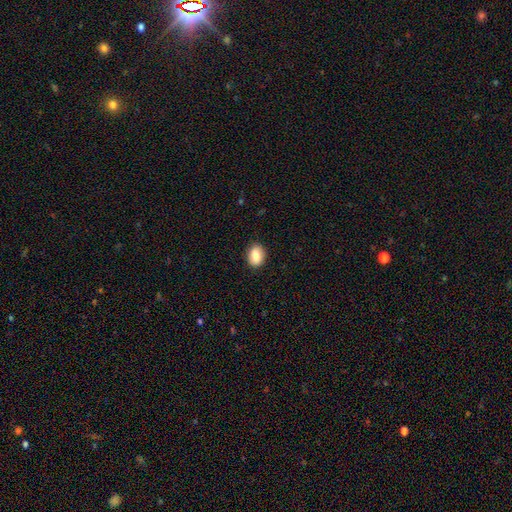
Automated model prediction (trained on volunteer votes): Smooth or featured? Predicted: smooth (p=0.86). How rounded? Predicted: in between (p=0.75). Merging? Predicted: none (p=0.88).